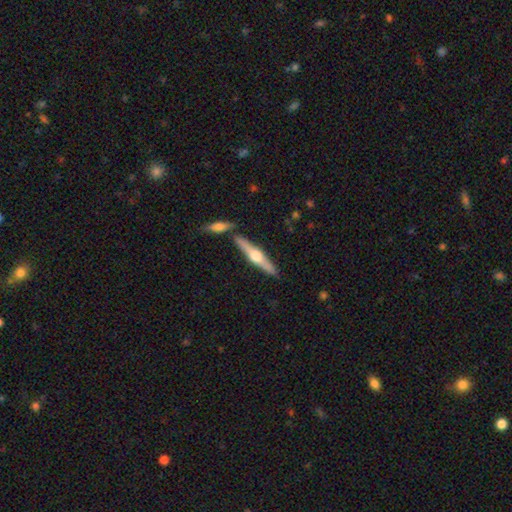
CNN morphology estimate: The model was most divided on "smooth or featured": featured or disk: 64%, smooth: 31%, star or artifact: 5%. More confident: edge-on disk — yes (96%); edge-on bulge — rounded (94%); merging — none (79%).